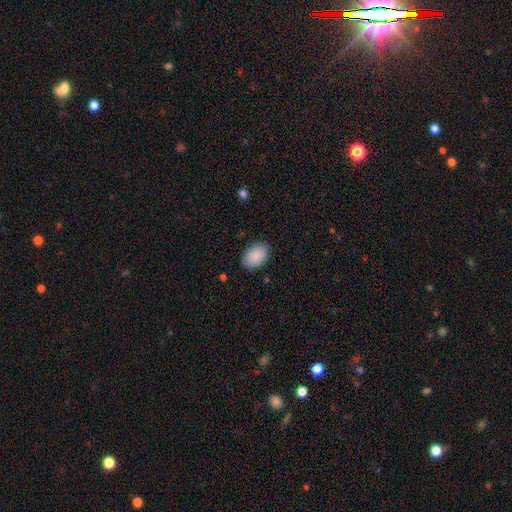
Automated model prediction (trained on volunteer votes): Overall: smooth (88%). How rounded: in between (84%). Merging: none (86%).